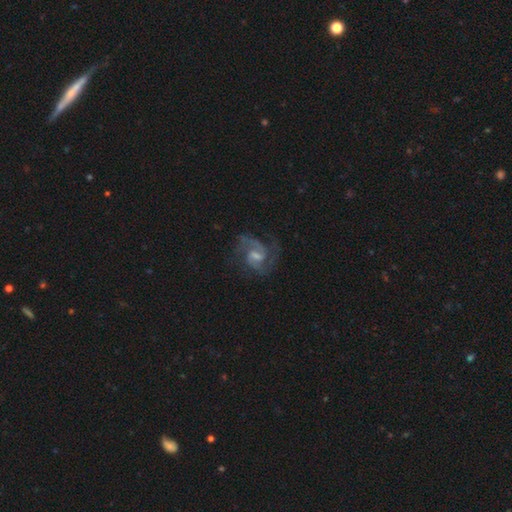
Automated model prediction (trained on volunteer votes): featured or disk 85%, star or artifact 8%, smooth 7%. Down the decision tree: edge-on disk — no (98%); bar — weak (59%); spiral arms — yes (97%); spiral arm count — 2 (77%); spiral winding — medium (59%); bulge size — small (39%, tied with moderate); merging — none (71%).